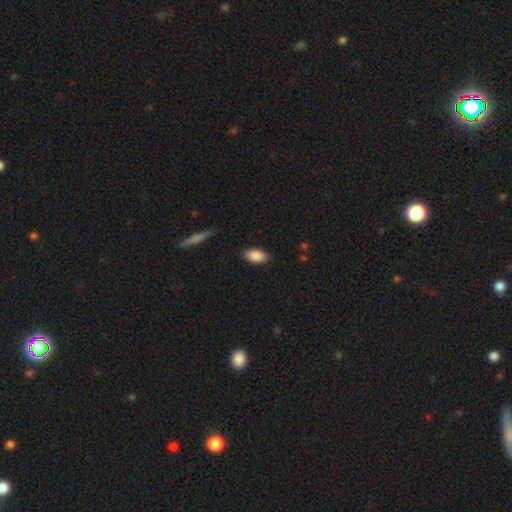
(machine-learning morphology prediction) A smooth galaxy with no disk features (88%) that is in between round and cigar-shaped (93%). Merging: none (86%).